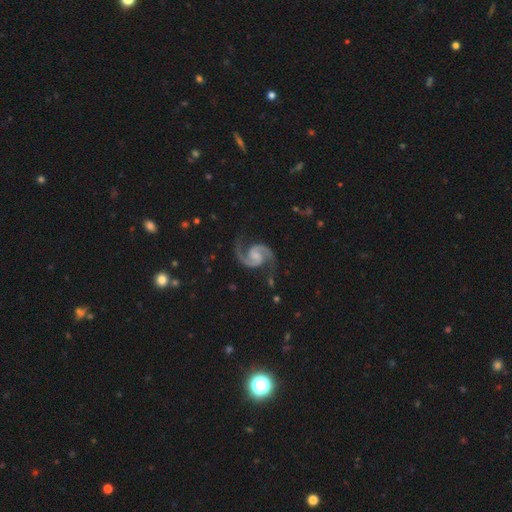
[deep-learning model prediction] Smooth or featured?
  - featured or disk: 94% *
  - star or artifact: 4%
  - smooth: 2%
Edge-on disk?
  - no: 98% *
  - yes: 2%
Bar?
  - no: 52% *
  - weak: 38%
  - strong: 10%
Spiral arms?
  - yes: 99% *
  - no: 1%
Spiral winding?
  - medium: 66% *
  - tight: 17%
  - loose: 16%
Spiral arm count?
  - 2: 95% *
  - can't tell: 1%
  - 3: 1%
  - 1: 1%
  - 4: 1%
  - more than 4: 1%
Bulge size?
  - small: 46% *
  - moderate: 31%
  - none: 20%
  - large: 3%
  - dominant: 1%
Merging?
  - none: 79% *
  - minor disturbance: 14%
  - major disturbance: 5%
  - merger: 2%